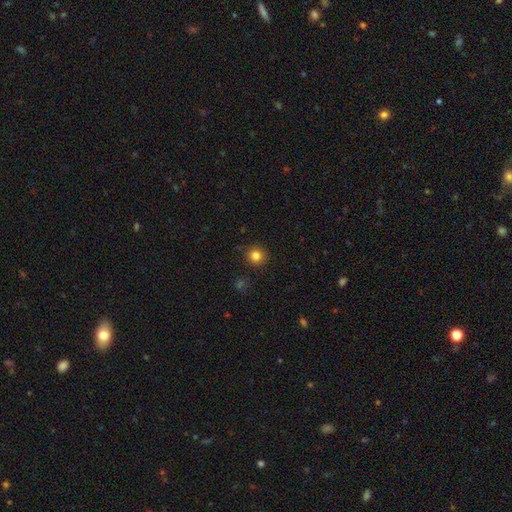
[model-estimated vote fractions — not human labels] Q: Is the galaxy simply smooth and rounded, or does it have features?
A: smooth — 82%.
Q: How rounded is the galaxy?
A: round — 93%.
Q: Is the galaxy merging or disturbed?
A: none — 90%.